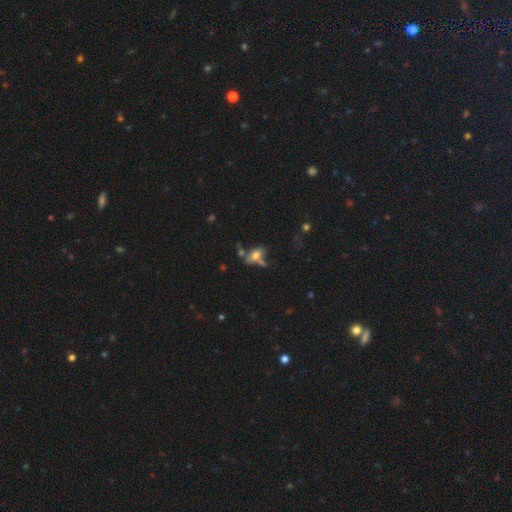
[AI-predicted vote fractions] A smooth galaxy with no disk features (50%) that is in between round and cigar-shaped (78%).

Vote fractions:
- Smooth or featured? smooth: 50% / featured or disk: 34% / star or artifact: 16%
- How rounded? in between: 78% / round: 12% / cigar-shaped: 9%
- Merging? none: 33% / merger: 30% / major disturbance: 21% / minor disturbance: 17%